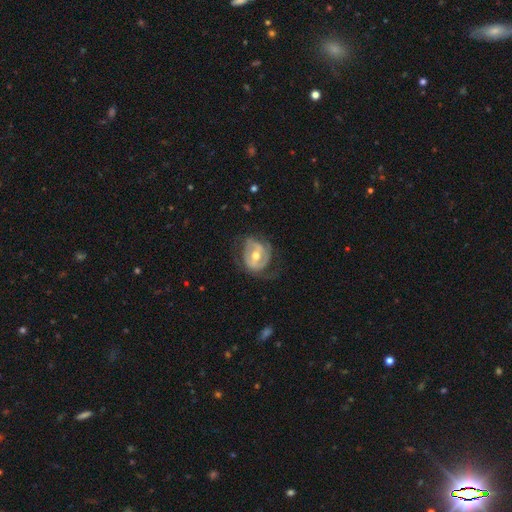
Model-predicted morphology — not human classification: This appears to be a featured or disk galaxy (73%) with a weak bar (39%), spiral arms (63%) and a moderate central bulge (75%). Merging: none (57%).